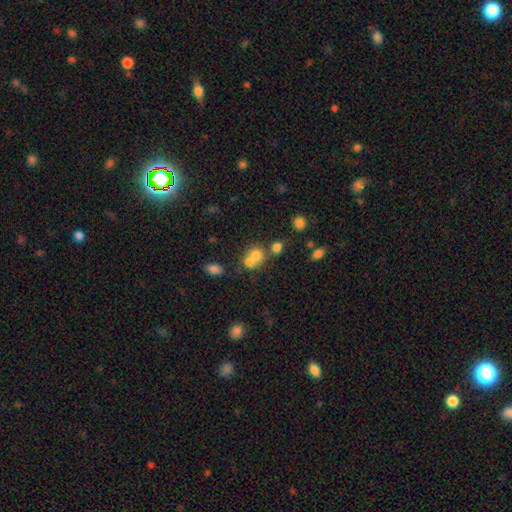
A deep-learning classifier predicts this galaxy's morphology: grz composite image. It shows a smooth galaxy with no disk features (72%) that is round (74%). Merging: merger (55%).